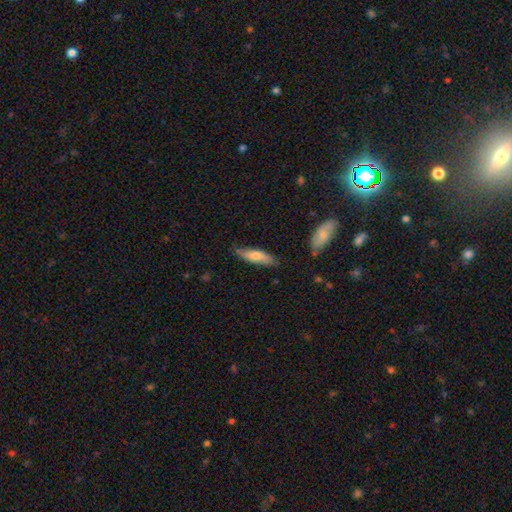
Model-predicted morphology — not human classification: The model was most divided on "how rounded": cigar-shaped: 55%, in between: 43%, round: 2%. More confident: merging — none (76%); smooth or featured — smooth (66%).